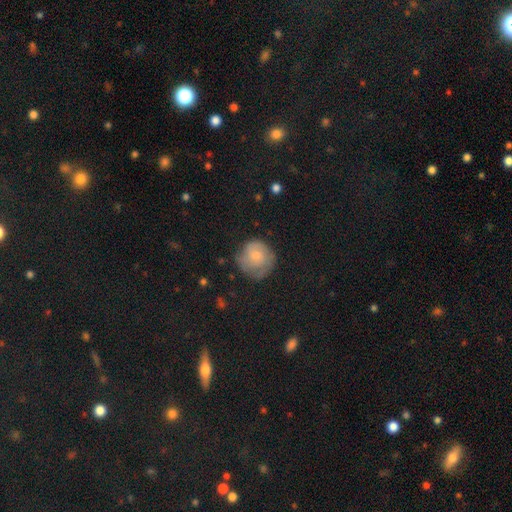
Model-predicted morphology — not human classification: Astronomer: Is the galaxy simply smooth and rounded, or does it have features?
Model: smooth — 63%.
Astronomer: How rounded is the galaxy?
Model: round — 89%.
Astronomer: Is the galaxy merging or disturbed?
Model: none — 60%.